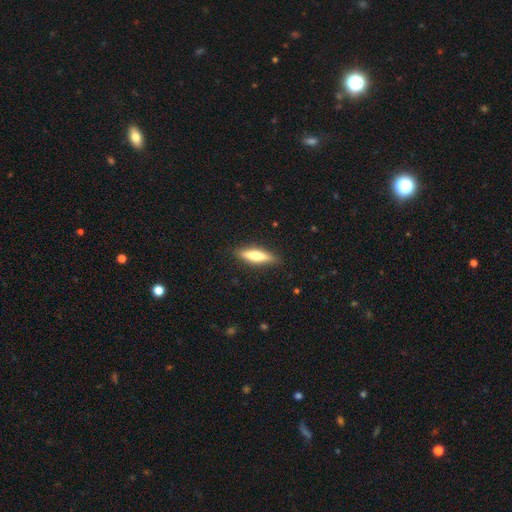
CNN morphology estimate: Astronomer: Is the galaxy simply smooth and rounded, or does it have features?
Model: smooth — 64%.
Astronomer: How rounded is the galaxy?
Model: cigar-shaped — 70%.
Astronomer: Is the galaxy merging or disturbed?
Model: none — 88%.